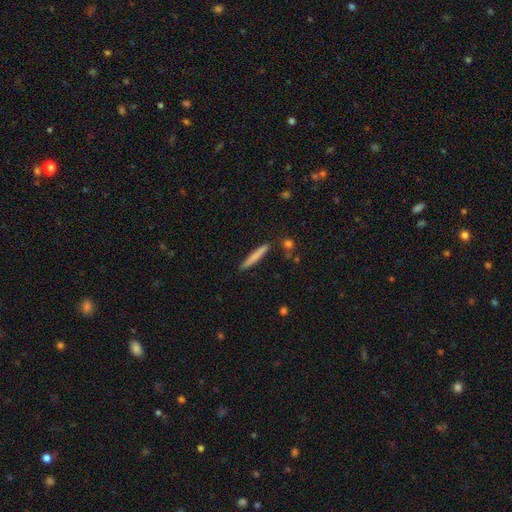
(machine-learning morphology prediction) smooth_or_featured: smooth (p=0.72) [alt: featured or disk p=0.22]
how_rounded: cigar-shaped (p=0.95) [alt: in between p=0.04]
merging: none (p=0.88) [alt: minor disturbance p=0.08]